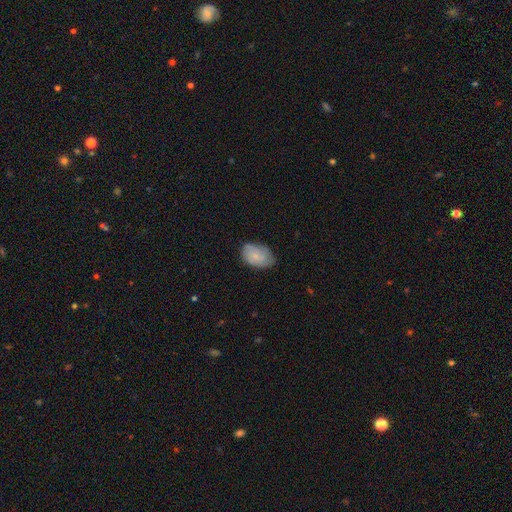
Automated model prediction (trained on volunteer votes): A smooth galaxy with no disk features (65%) that is in between round and cigar-shaped (88%).

Vote fractions:
- Smooth or featured? smooth: 65% / featured or disk: 28% / star or artifact: 7%
- How rounded? in between: 88% / round: 10% / cigar-shaped: 1%
- Merging? none: 68% / minor disturbance: 26% / major disturbance: 5% / merger: 1%